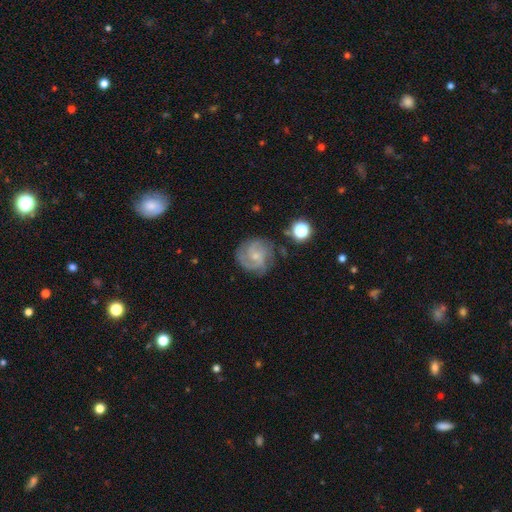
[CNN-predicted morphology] type=featured or disk (80%); edge-on=no (98%); bar=no (68%); spiral arms=yes (96%); winding=tight (51%); arm count=3 (36%); bulge=small (71%); merging=none (71%).